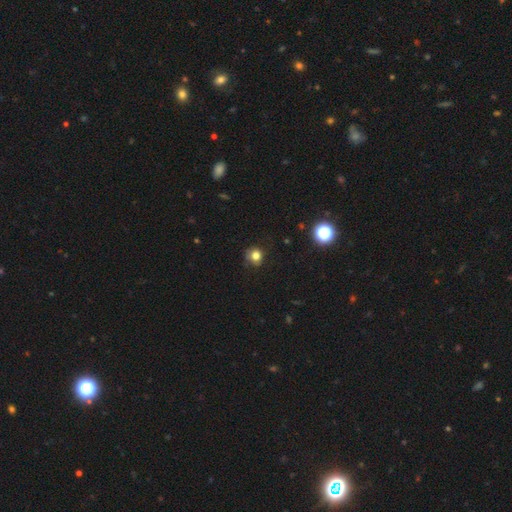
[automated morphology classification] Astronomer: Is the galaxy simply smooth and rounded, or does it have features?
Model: smooth — 77%.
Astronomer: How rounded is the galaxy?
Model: round — 79%.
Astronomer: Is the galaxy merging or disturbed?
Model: none — 68%.